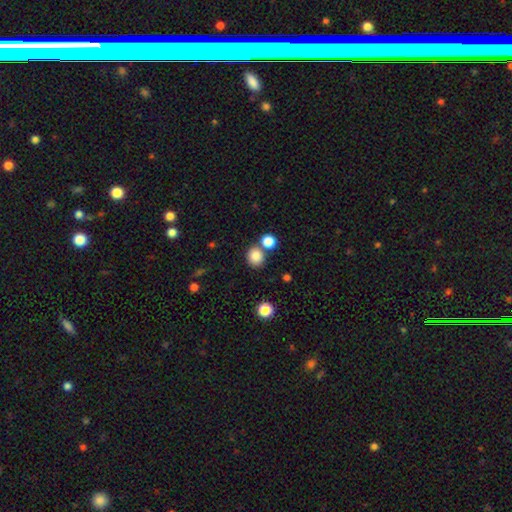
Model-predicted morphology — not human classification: Smooth or featured?
  - smooth: 84% *
  - star or artifact: 11%
  - featured or disk: 5%
How rounded?
  - round: 82% *
  - in between: 17%
  - cigar-shaped: 1%
Merging?
  - none: 71% *
  - merger: 18%
  - minor disturbance: 8%
  - major disturbance: 3%